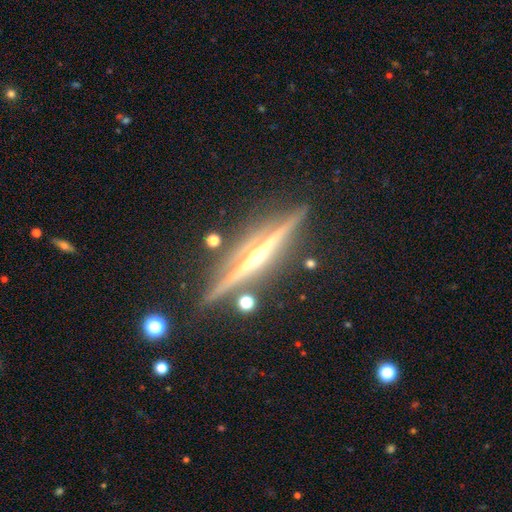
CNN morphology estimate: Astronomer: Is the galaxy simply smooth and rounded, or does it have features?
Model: featured or disk — 88%.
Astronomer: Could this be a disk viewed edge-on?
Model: yes — 98%.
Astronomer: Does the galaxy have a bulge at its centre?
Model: rounded — 87%.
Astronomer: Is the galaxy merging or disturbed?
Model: none — 87%.